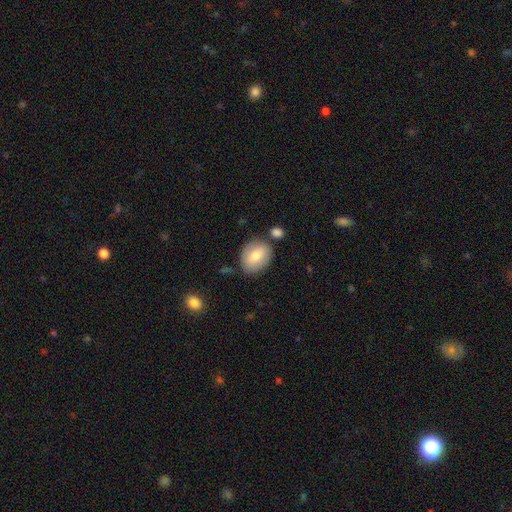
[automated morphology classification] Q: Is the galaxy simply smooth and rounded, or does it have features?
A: smooth — 73%.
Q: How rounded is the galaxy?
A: in between — 55%.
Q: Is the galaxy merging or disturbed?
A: none — 75%.